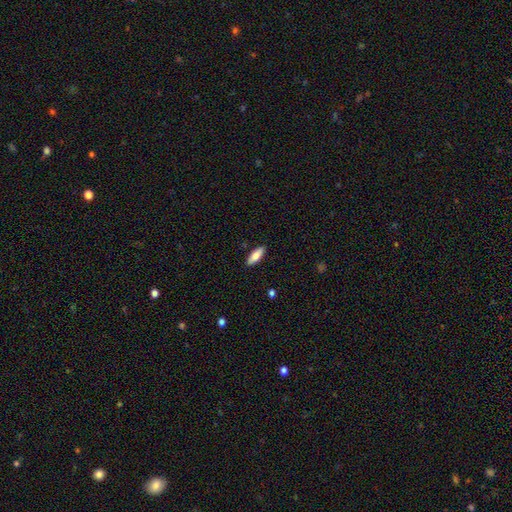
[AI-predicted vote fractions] smooth-or-featured: smooth: 79% | featured or disk: 15% | star or artifact: 6%
  how-rounded: in between: 66% | cigar-shaped: 32% | round: 2%
  merging: none: 89% | minor disturbance: 8% | major disturbance: 2% | merger: 1%